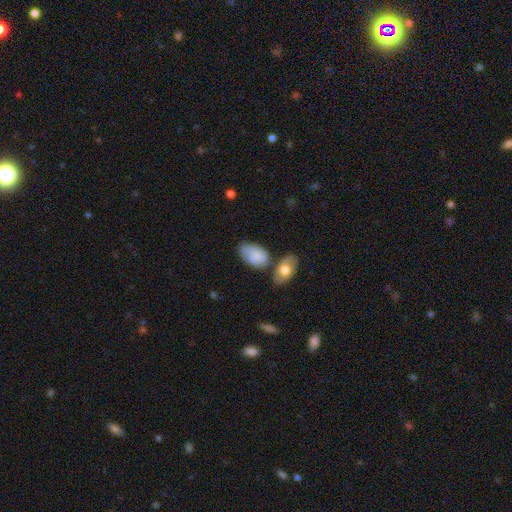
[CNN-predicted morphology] smooth 73%, featured or disk 20%, star or artifact 7%. Down the decision tree: how rounded — in between (91%); merging — none (46%).